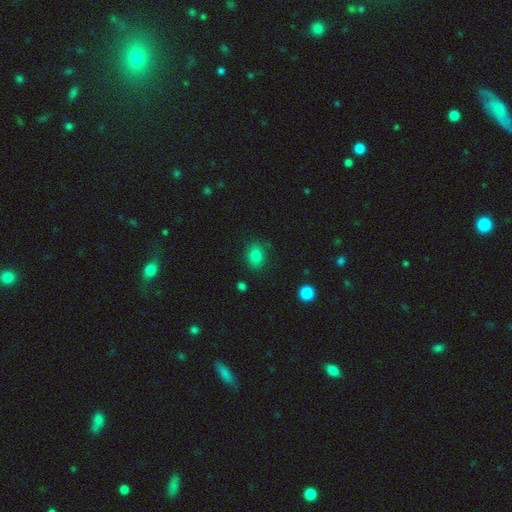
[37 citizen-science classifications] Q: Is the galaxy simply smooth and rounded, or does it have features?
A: smooth — 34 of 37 (92%).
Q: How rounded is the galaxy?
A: round — 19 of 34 (56%).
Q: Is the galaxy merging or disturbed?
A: none — 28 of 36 (78%).